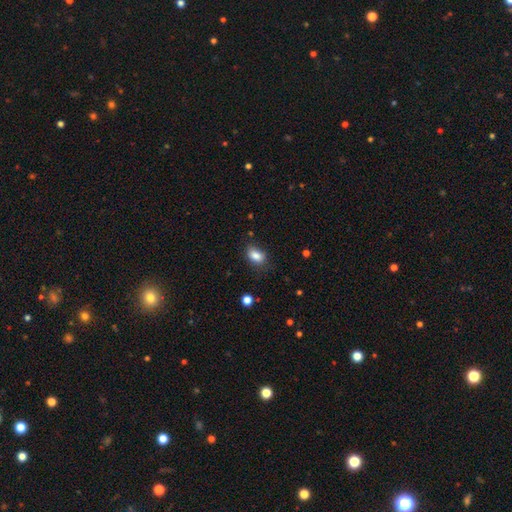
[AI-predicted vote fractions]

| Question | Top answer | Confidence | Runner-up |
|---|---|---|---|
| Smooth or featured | smooth | 85% | star or artifact (9%) |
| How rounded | in between | 84% | round (14%) |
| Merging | none | 73% | minor disturbance (20%) |